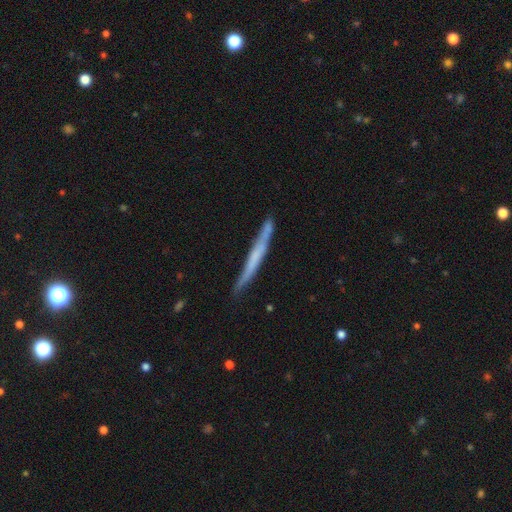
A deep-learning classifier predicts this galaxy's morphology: Smooth or featured? featured or disk (51%)
Edge-on disk? yes (95%)
Merging? none (81%)